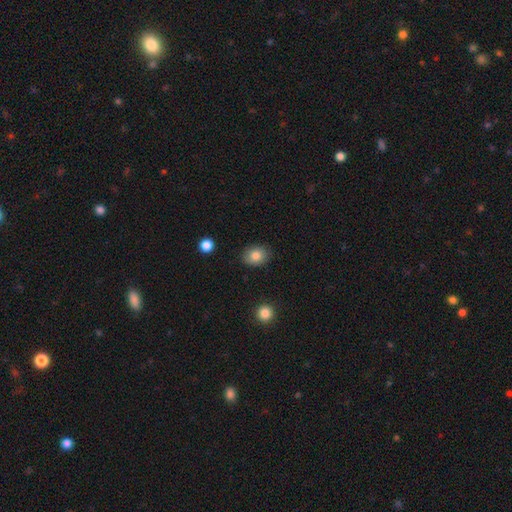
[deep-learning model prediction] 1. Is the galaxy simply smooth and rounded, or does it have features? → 82% smooth, 9% featured or disk, 9% star or artifact.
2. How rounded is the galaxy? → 56% in between, 43% round, 1% cigar-shaped.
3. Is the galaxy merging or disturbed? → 87% none, 9% minor disturbance, 2% major disturbance, 1% merger.